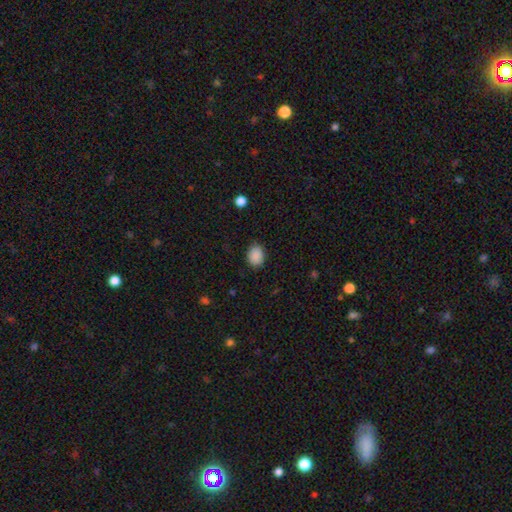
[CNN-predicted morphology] type=smooth (89%); roundness=in between (60%); merging=none (84%).